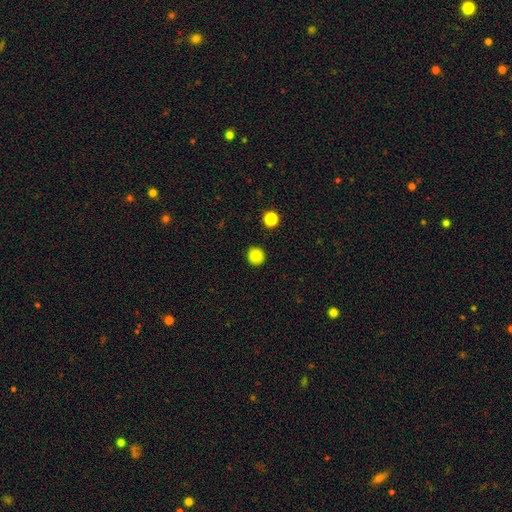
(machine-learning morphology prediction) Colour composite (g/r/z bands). It shows a smooth galaxy with no disk features (85%) that is round (92%). Merging: none (90%).